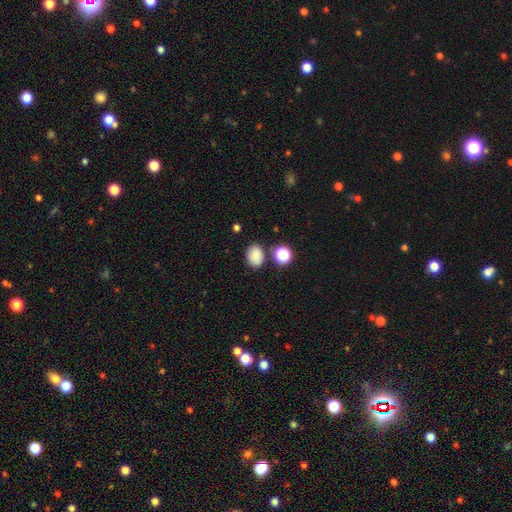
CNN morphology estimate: Smooth or featured? smooth (83%)
How rounded? in between (60%)
Merging? none (76%)